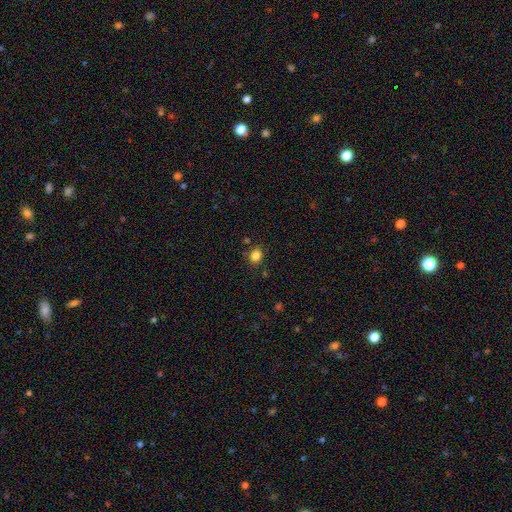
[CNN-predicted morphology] The model was most divided on "how rounded": round: 58%, in between: 41%, cigar-shaped: 1%. More confident: smooth or featured — smooth (83%); merging — none (83%).